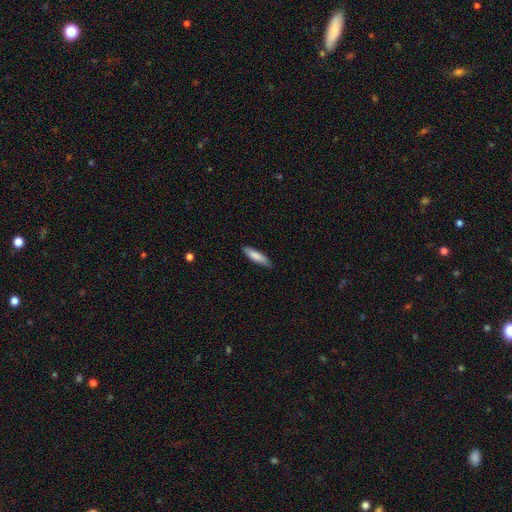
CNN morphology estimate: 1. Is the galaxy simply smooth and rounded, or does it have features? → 81% smooth, 14% featured or disk, 5% star or artifact.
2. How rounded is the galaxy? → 72% cigar-shaped, 27% in between, 1% round.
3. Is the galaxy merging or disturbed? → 84% none, 13% minor disturbance, 2% major disturbance, 1% merger.